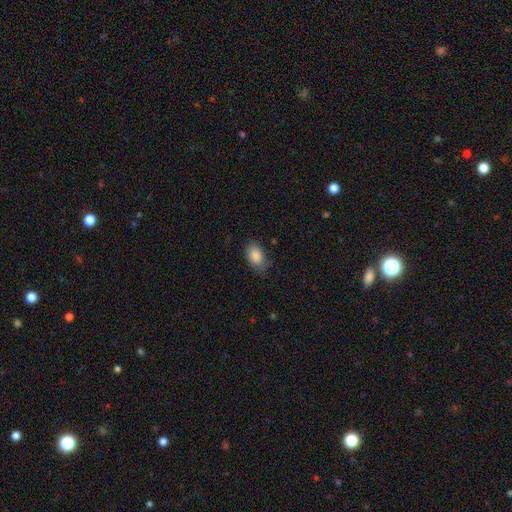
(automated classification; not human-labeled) Smooth or featured? smooth (87%)
How rounded? in between (89%)
Merging? none (71%)